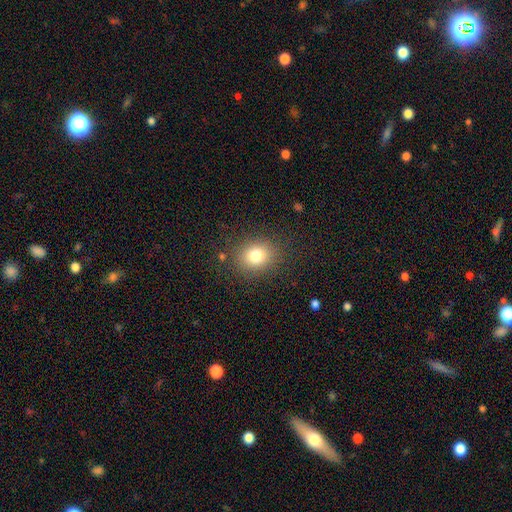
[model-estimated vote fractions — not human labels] Smooth or featured: smooth — 78% (star or artifact — 13%)
How rounded: round — 64% (in between — 35%)
Merging: none — 85% (minor disturbance — 10%)